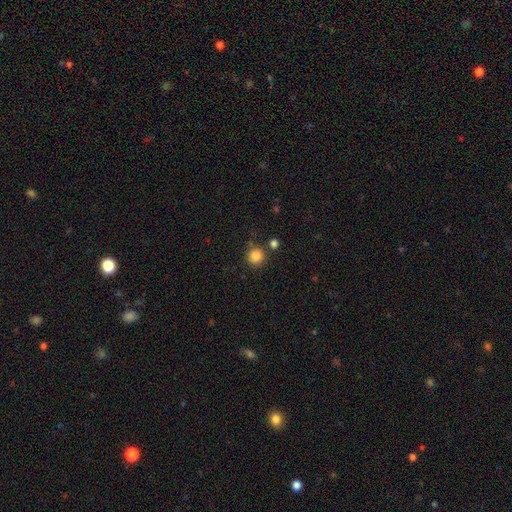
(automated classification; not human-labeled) Smooth or featured? smooth (86%)
How rounded? round (93%)
Merging? none (77%)